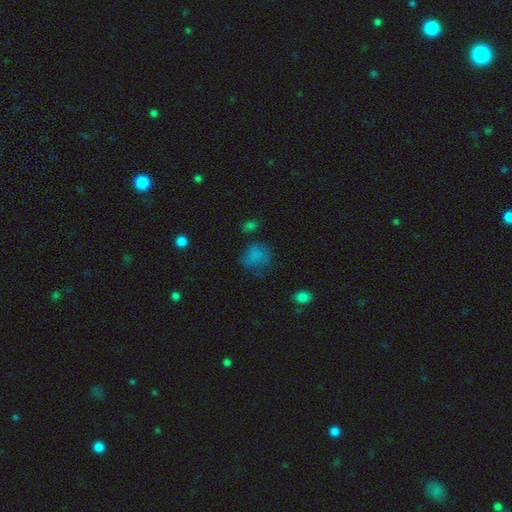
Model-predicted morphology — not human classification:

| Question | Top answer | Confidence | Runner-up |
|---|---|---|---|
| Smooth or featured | smooth | 74% | star or artifact (15%) |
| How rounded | round | 66% | in between (33%) |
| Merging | none | 51% | minor disturbance (27%) |